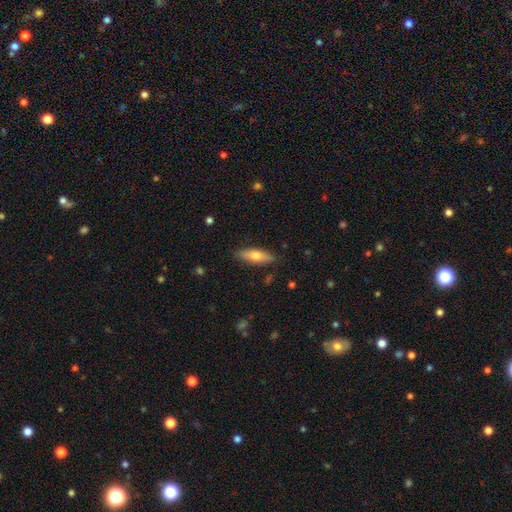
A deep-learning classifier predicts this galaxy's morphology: Smooth or featured?
  - smooth: 63% *
  - featured or disk: 31%
  - star or artifact: 6%
How rounded?
  - in between: 49% *
  - cigar-shaped: 48%
  - round: 2%
Merging?
  - none: 86% *
  - minor disturbance: 11%
  - major disturbance: 2%
  - merger: 1%